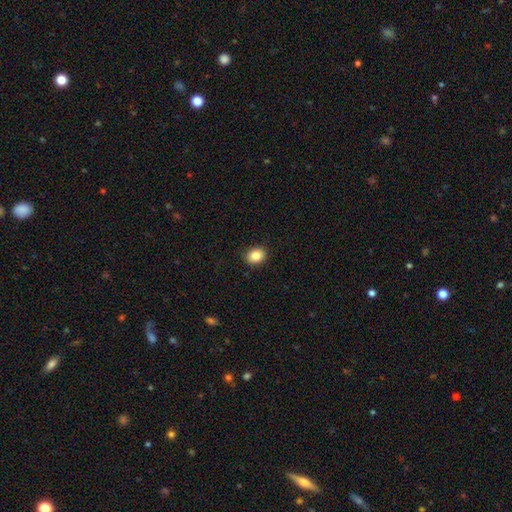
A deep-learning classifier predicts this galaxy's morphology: Smooth or featured? smooth (85%)
How rounded? in between (52%)
Merging? none (90%)